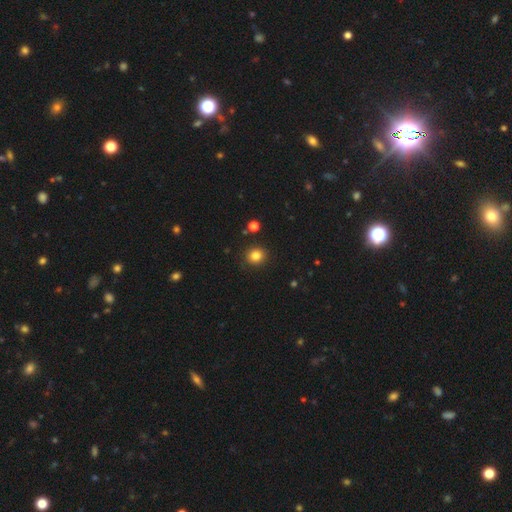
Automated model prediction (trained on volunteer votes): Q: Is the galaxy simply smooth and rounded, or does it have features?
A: smooth — 83%.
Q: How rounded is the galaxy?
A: round — 84%.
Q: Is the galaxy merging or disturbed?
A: none — 89%.